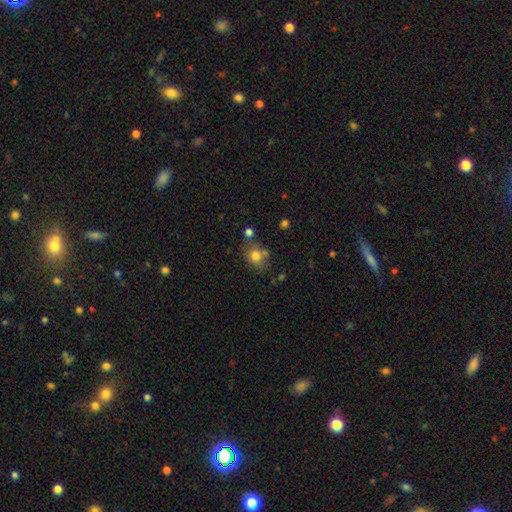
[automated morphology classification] A smooth galaxy with no disk features (77%) that is round (58%).

Vote fractions:
- Smooth or featured? smooth: 77% / featured or disk: 12% / star or artifact: 12%
- How rounded? round: 58% / in between: 41% / cigar-shaped: 1%
- Merging? none: 61% / minor disturbance: 17% / merger: 17% / major disturbance: 6%